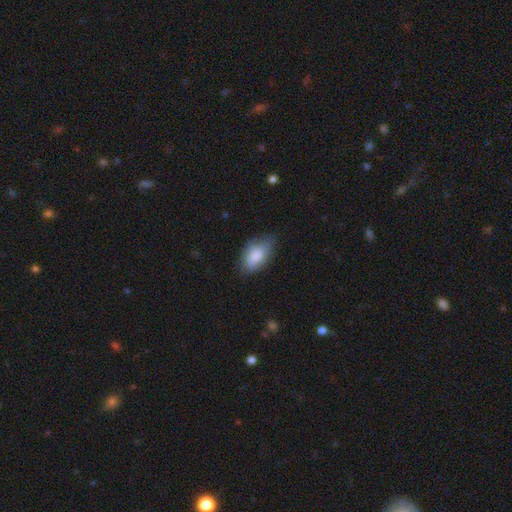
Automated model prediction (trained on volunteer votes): A smooth galaxy with no disk features (85%) that is in between round and cigar-shaped (92%).

Vote fractions:
- Smooth or featured? smooth: 85% / featured or disk: 9% / star or artifact: 6%
- How rounded? in between: 92% / round: 5% / cigar-shaped: 3%
- Merging? none: 66% / minor disturbance: 26% / major disturbance: 6% / merger: 1%